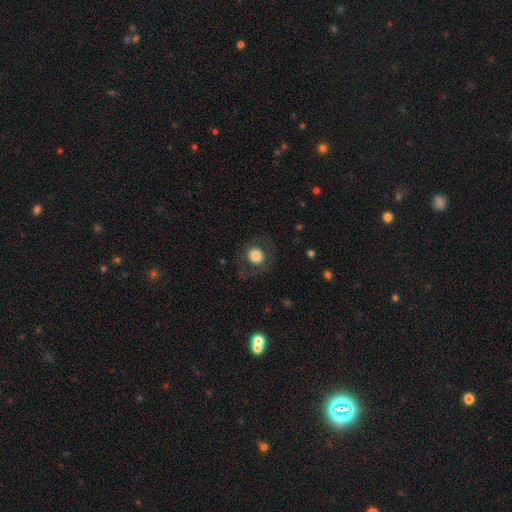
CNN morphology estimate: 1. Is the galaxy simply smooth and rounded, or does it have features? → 74% smooth, 18% featured or disk, 8% star or artifact.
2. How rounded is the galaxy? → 88% round, 11% in between, 1% cigar-shaped.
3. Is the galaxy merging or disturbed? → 82% none, 10% minor disturbance, 8% major disturbance, 1% merger.